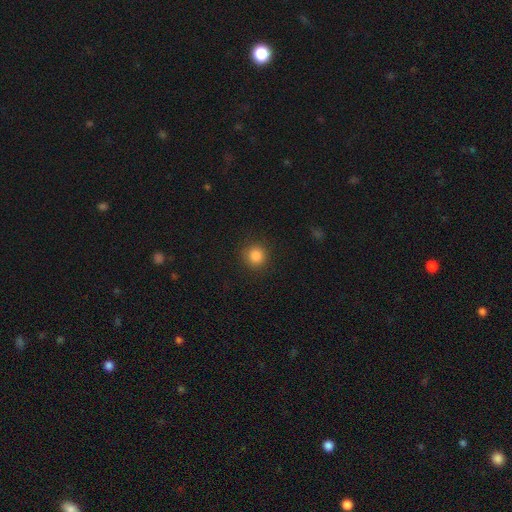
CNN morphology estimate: Overall: smooth (85%). How rounded: round (92%). Merging: none (90%).